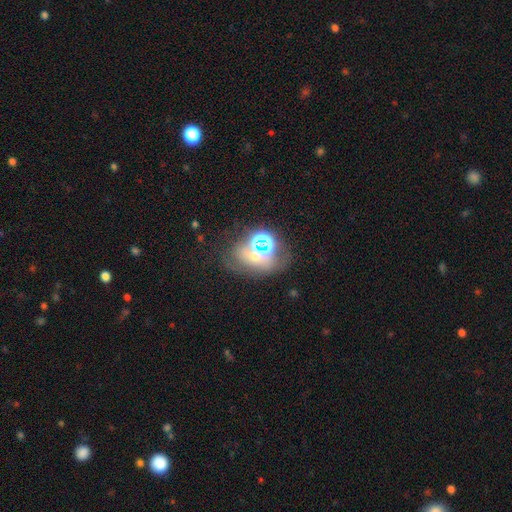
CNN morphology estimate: A star or artifact, not a galaxy (47%).